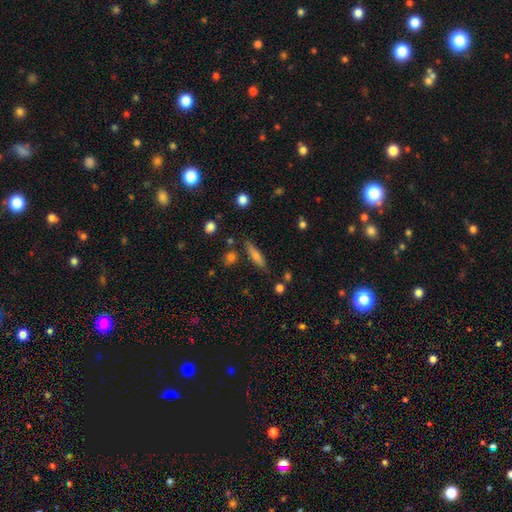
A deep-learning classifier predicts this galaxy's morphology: This appears to be a smooth galaxy with no disk features (60%) that is cigar-shaped (75%). Merging: none (80%).